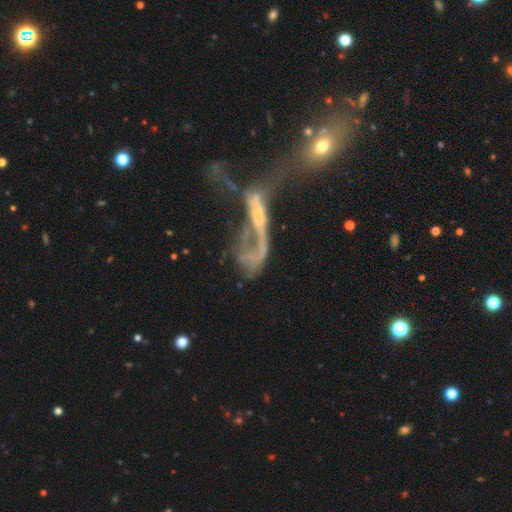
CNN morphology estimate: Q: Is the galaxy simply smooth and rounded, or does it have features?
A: featured or disk — 63%.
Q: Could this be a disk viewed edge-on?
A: no — 82%.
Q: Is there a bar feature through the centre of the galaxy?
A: no — 70%.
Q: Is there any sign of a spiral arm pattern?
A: no — 58%.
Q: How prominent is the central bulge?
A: none — 46%.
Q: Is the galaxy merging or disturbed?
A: merger — 40%, tied with major disturbance.